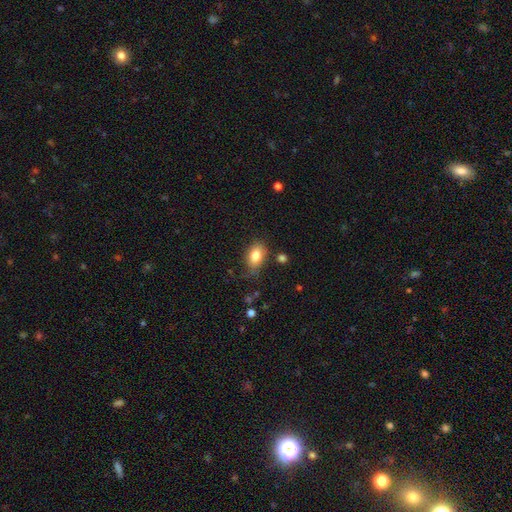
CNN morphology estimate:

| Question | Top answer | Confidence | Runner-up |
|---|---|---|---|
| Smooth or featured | smooth | 82% | featured or disk (9%) |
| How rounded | in between | 84% | round (15%) |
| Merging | none | 75% | minor disturbance (17%) |